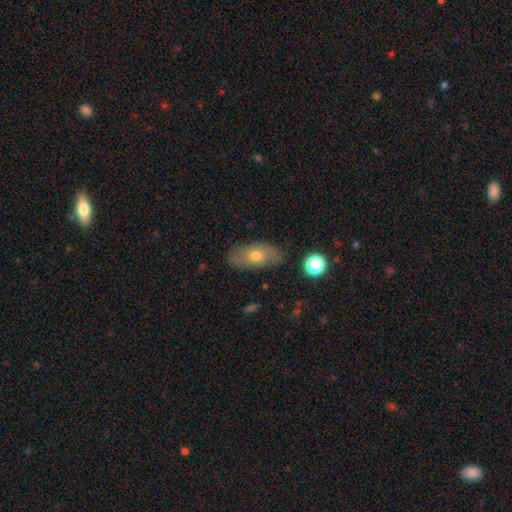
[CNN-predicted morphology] type=smooth (64%); roundness=in between (88%); merging=none (79%).